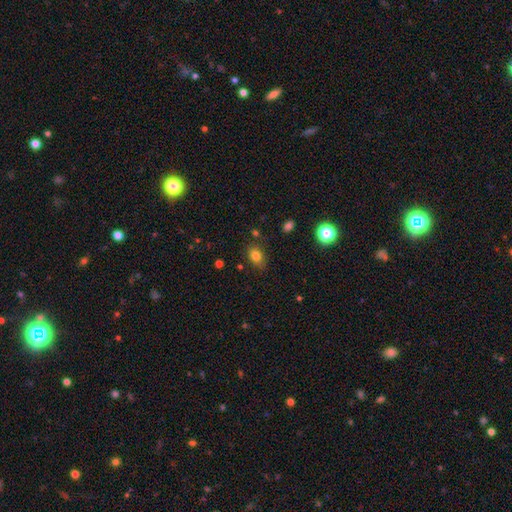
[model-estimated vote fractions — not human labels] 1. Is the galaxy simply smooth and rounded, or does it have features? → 79% smooth, 12% star or artifact, 8% featured or disk.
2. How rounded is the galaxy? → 72% in between, 26% round, 2% cigar-shaped.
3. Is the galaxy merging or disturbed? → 78% none, 15% minor disturbance, 3% major disturbance, 3% merger.